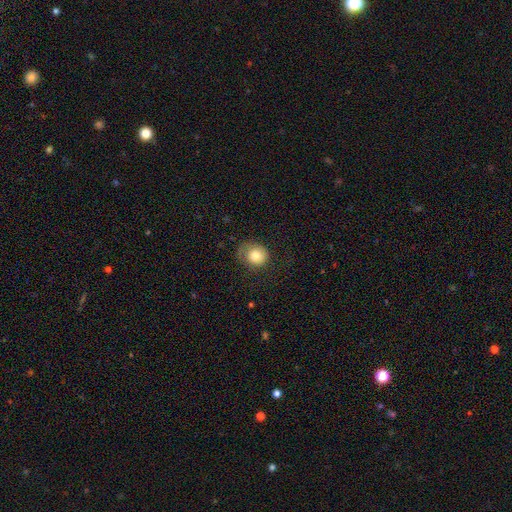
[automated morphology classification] A smooth galaxy with no disk features (75%) that is round (74%).

Vote fractions:
- Smooth or featured? smooth: 75% / featured or disk: 16% / star or artifact: 8%
- How rounded? round: 74% / in between: 25% / cigar-shaped: 1%
- Merging? none: 58% / minor disturbance: 25% / major disturbance: 16% / merger: 1%